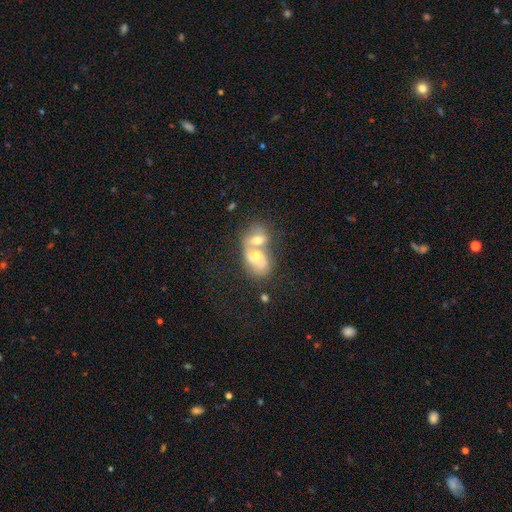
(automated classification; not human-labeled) Overall: featured or disk (53%; smooth 39%). Edge-on disk: no (95%). Bar: no (73%). Spiral arms: yes (53%; no 47%). Bulge size: moderate (67%). Merging: merger (75%).